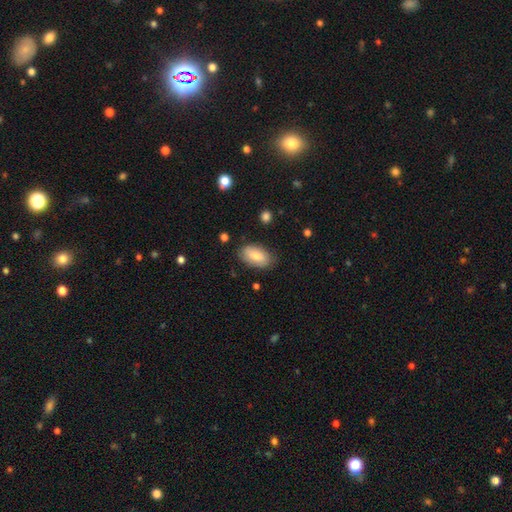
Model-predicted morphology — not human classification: A smooth galaxy with no disk features (82%) that is in between round and cigar-shaped (94%). Merging: none (80%).